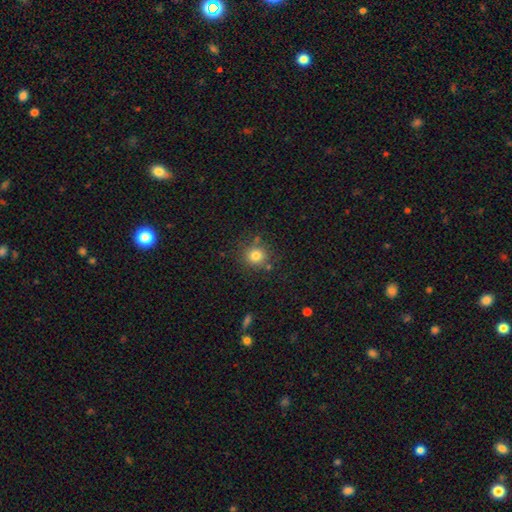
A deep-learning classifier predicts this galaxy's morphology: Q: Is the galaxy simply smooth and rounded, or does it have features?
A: smooth — 80%.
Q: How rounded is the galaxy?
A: round — 90%.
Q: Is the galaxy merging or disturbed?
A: none — 79%.